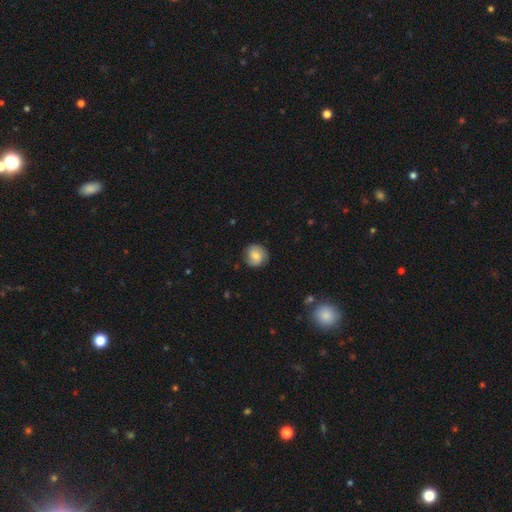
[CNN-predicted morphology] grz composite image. It shows a smooth galaxy with no disk features (69%) that is round (89%). Merging: none (82%).